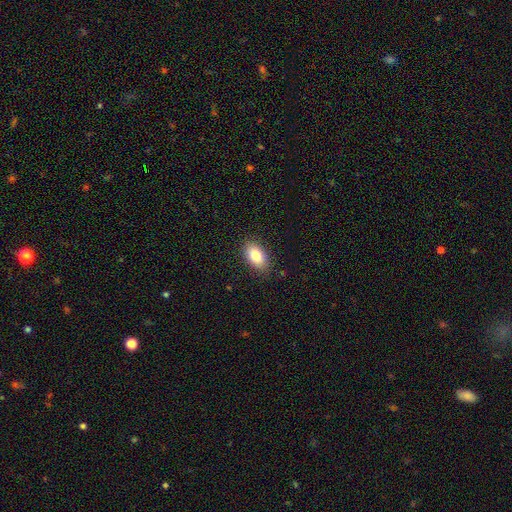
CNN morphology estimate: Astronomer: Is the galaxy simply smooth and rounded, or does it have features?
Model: smooth — 82%.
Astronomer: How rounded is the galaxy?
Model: in between — 91%.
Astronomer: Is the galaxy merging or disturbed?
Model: none — 86%.